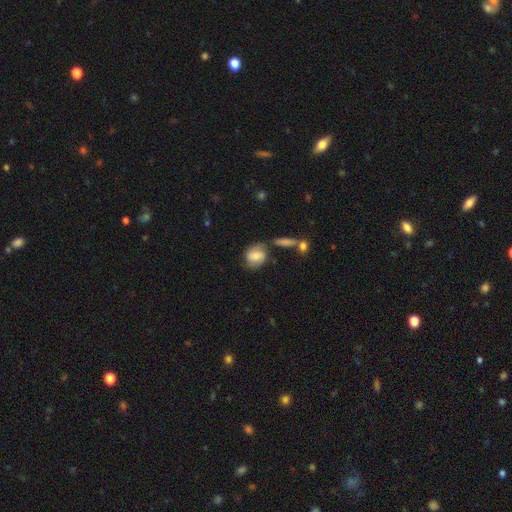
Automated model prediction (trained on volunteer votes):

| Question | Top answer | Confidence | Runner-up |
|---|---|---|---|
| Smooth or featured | smooth | 59% | featured or disk (33%) |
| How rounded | in between | 49% | tied: round (49%) |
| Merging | none | 58% | minor disturbance (22%) |